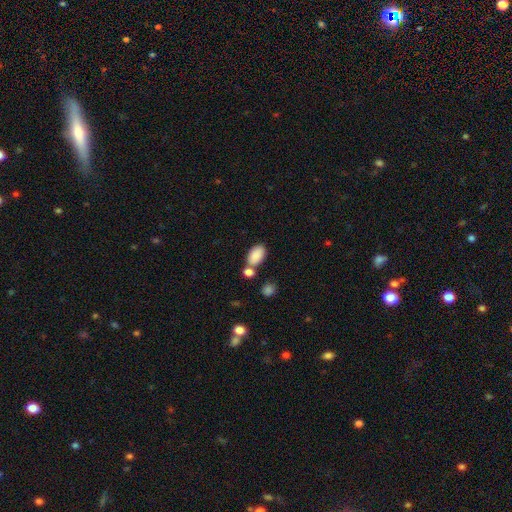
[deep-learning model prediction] Overall: smooth (87%). How rounded: in between (93%). Merging: none (60%; merger 23%).